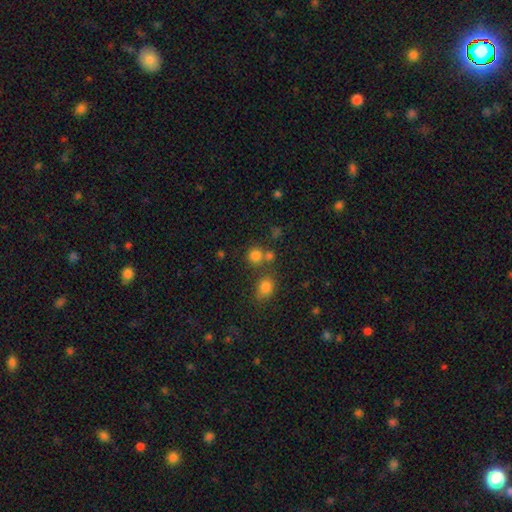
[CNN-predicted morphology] Smooth or featured: smooth — 77% (star or artifact — 16%)
How rounded: round — 88% (in between — 11%)
Merging: none — 63% (merger — 25%)